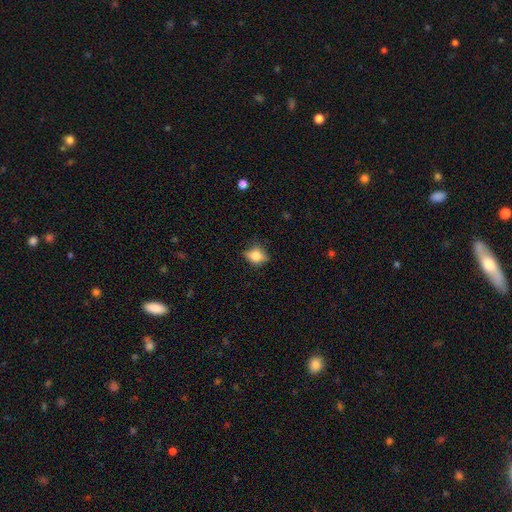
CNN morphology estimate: smooth_or_featured: smooth (p=0.68) [alt: featured or disk p=0.22]
how_rounded: round (p=0.49) [alt: in between p=0.48]
merging: none (p=0.72) [alt: minor disturbance p=0.21]